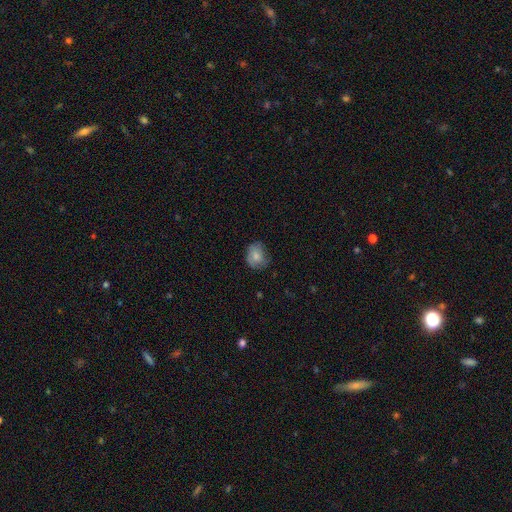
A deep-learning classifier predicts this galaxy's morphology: The model was most divided on "how rounded": round: 53%, in between: 46%, cigar-shaped: 1%. More confident: smooth or featured — smooth (72%); merging — none (64%).